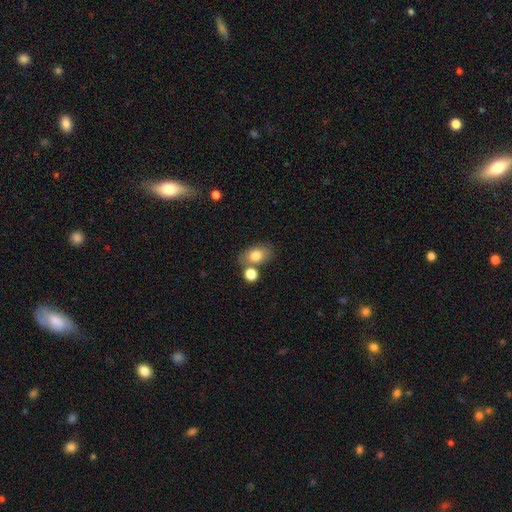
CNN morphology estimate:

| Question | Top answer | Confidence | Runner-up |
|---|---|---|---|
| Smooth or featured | smooth | 78% | featured or disk (13%) |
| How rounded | in between | 78% | round (20%) |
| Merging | none | 63% | merger (20%) |